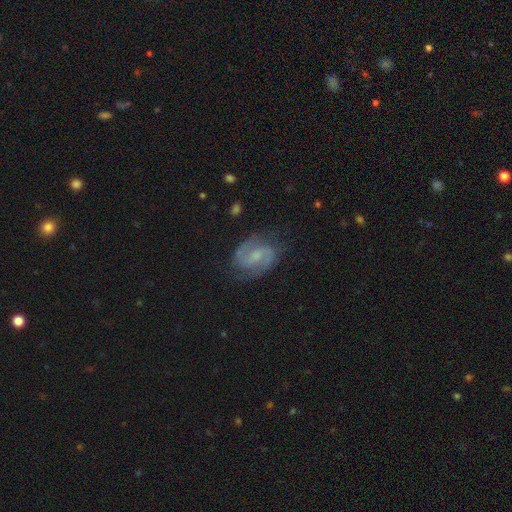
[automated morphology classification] Q: Smooth or featured?
A: featured or disk (82%); runner-up: smooth (11%)
Q: Edge-on disk?
A: no (98%); runner-up: yes (2%)
Q: Bar?
A: weak (54%); runner-up: no (30%)
Q: Spiral arms?
A: yes (96%); runner-up: no (4%)
Q: Spiral winding?
A: medium (55%); runner-up: tight (26%)
Q: Spiral arm count?
A: 2 (91%); runner-up: can't tell (5%)
Q: Bulge size?
A: small (53%); runner-up: moderate (30%)
Q: Merging?
A: none (77%); runner-up: minor disturbance (16%)